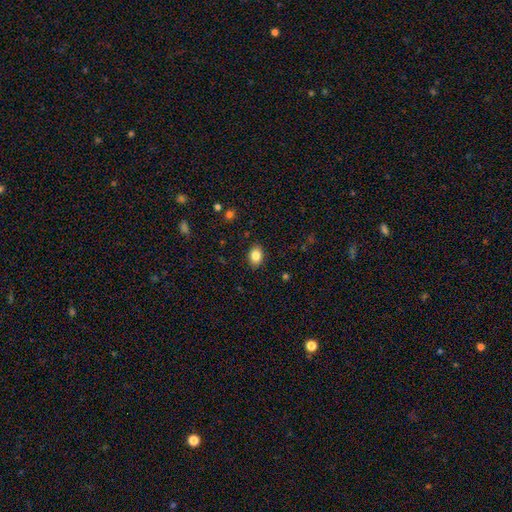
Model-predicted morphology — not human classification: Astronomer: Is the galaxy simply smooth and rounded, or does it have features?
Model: smooth — 85%.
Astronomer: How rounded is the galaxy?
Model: in between — 70%.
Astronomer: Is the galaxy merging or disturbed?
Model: none — 89%.